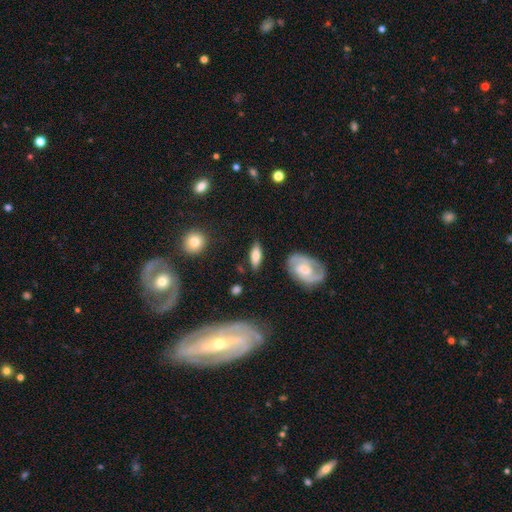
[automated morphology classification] type=smooth (64%); roundness=in between (65%); merging=none (78%).